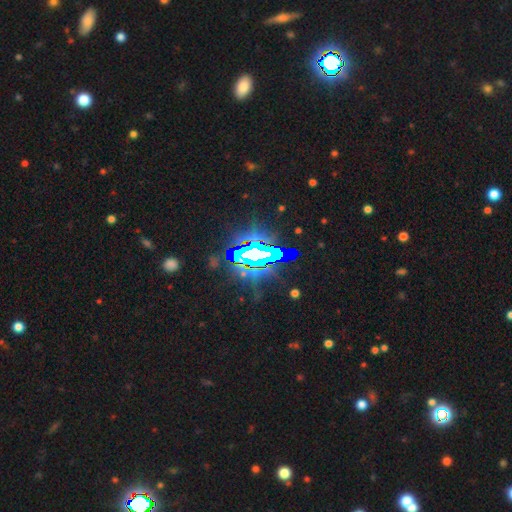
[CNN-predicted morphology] Smooth or featured?
  - star or artifact: 77% *
  - featured or disk: 13%
  - smooth: 10%